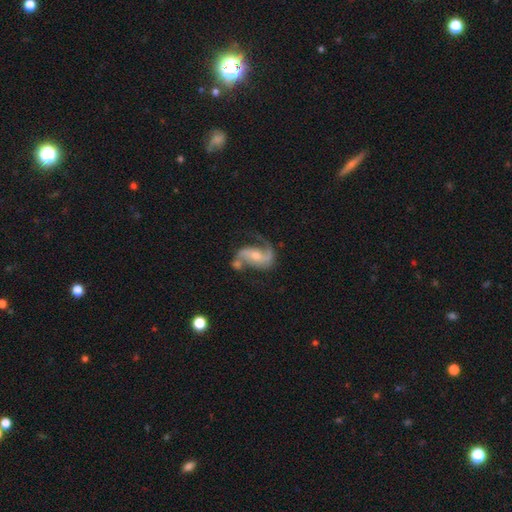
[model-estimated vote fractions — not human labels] smooth-or-featured: featured or disk: 82% | star or artifact: 10% | smooth: 8%
  disk-edge-on: no: 96% | yes: 4%
    bar: no: 43% | weak: 38% | strong: 19%
    has-spiral-arms: yes: 94% | no: 6%
      spiral-winding: medium: 43% | loose: 40% | tight: 17%
      spiral-arm-count: 2: 83% | can't tell: 6% | 1: 5% | 3: 4% | 4: 2% | more than 4: 2%
    bulge-size: small: 49% | moderate: 44% | none: 3% | large: 3% | dominant: 1%
  merging: none: 60% | minor disturbance: 17% | major disturbance: 14% | merger: 8%